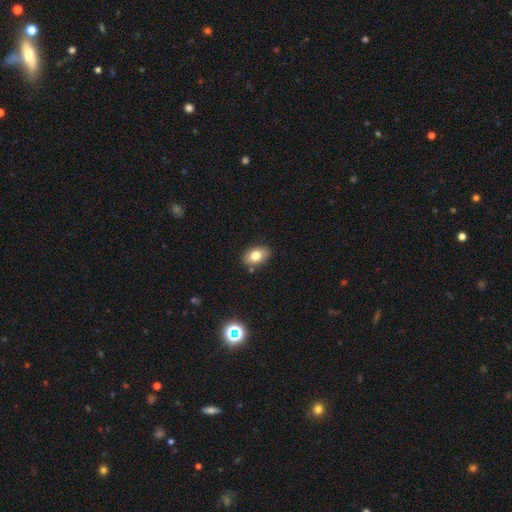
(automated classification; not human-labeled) Smooth or featured: smooth — 79% (featured or disk — 12%)
How rounded: in between — 86% (round — 13%)
Merging: none — 83% (minor disturbance — 11%)